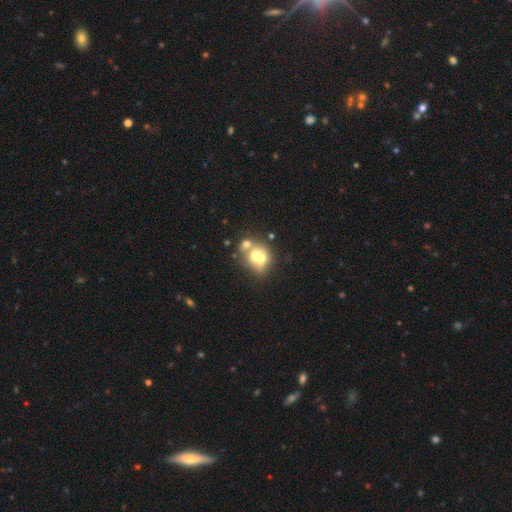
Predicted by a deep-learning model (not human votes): A smooth galaxy with no disk features (55%) that is round (65%).

Vote fractions:
- Smooth or featured? smooth: 55% / featured or disk: 33% / star or artifact: 12%
- How rounded? round: 65% / in between: 33% / cigar-shaped: 1%
- Merging? merger: 62% / none: 26% / minor disturbance: 8% / major disturbance: 5%